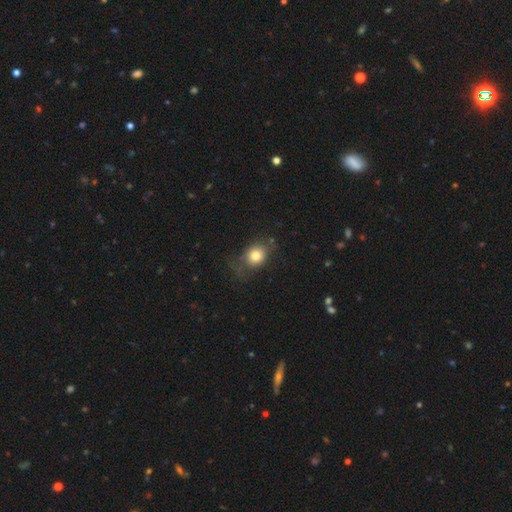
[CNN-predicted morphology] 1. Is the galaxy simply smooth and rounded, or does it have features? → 78% smooth, 11% featured or disk, 11% star or artifact.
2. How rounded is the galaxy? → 64% round, 35% in between, 1% cigar-shaped.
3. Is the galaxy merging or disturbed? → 62% none, 23% minor disturbance, 12% major disturbance, 3% merger.